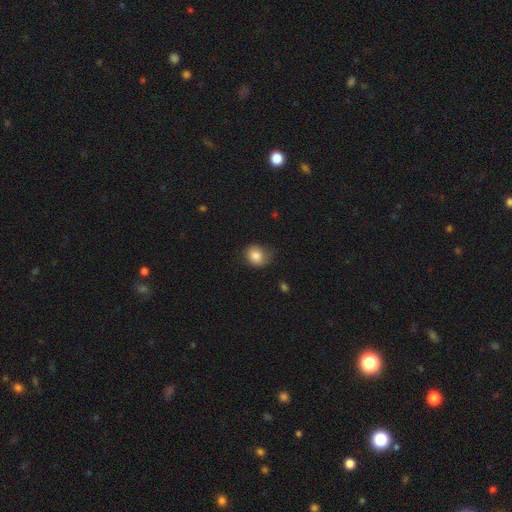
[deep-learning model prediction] Q: Smooth or featured?
A: smooth (82%); runner-up: featured or disk (10%)
Q: How rounded?
A: round (69%); runner-up: in between (30%)
Q: Merging?
A: none (58%); runner-up: minor disturbance (30%)